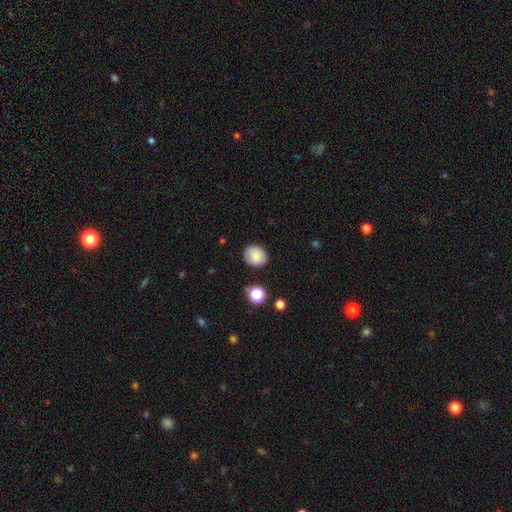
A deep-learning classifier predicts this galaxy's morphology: type=smooth (85%); roundness=round (73%); merging=none (86%).